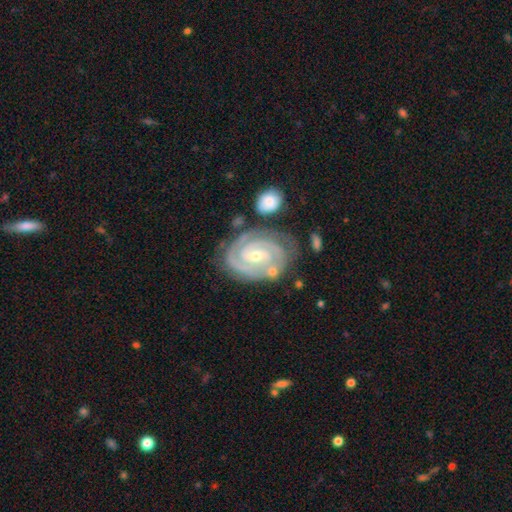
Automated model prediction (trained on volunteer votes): featured or disk 91%, smooth 5%, star or artifact 4%. Down the decision tree: edge-on disk — no (97%); bar — no (45%); spiral arms — yes (98%); spiral arm count — 2 (63%); spiral winding — tight (79%); bulge size — small (58%); merging — none (69%).